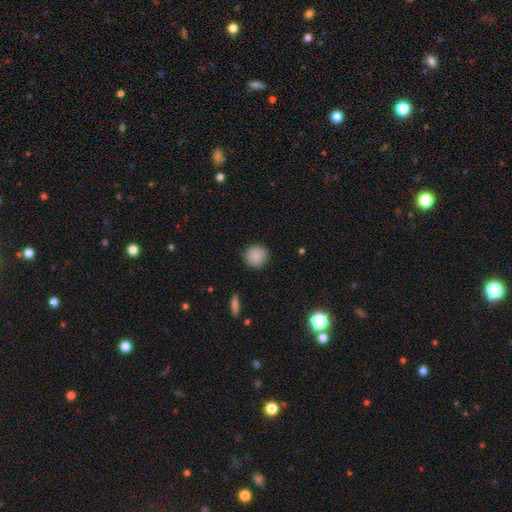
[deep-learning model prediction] smooth 88%, star or artifact 8%, featured or disk 4%. Down the decision tree: how rounded — round (93%); merging — none (90%).